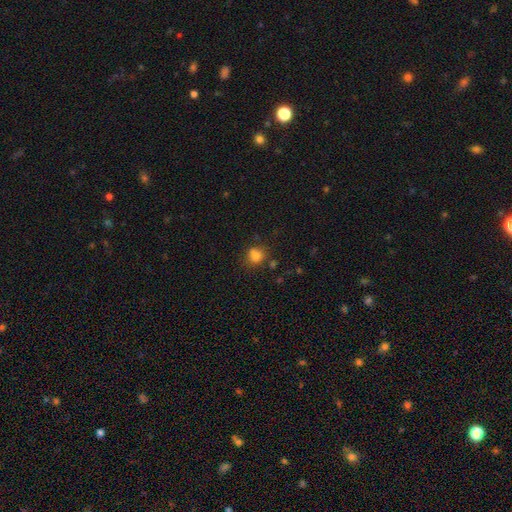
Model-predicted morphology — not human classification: The model was most divided on "merging": none: 61%, merger: 17%, minor disturbance: 17%, major disturbance: 6%. More confident: smooth or featured — smooth (77%); how rounded — round (76%).